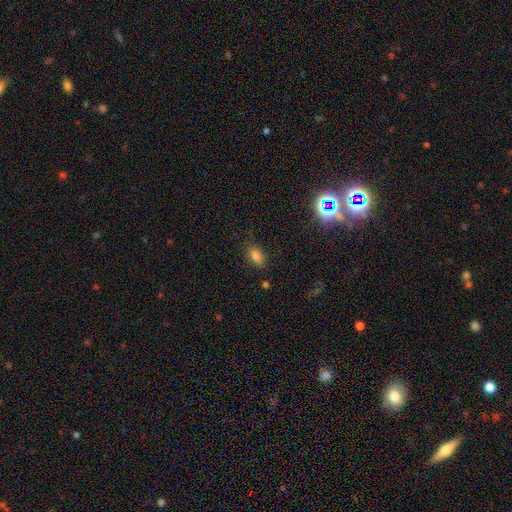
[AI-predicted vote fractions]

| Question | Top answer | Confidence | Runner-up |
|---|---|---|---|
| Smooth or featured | smooth | 79% | star or artifact (15%) |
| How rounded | in between | 87% | round (7%) |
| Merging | none | 83% | minor disturbance (12%) |